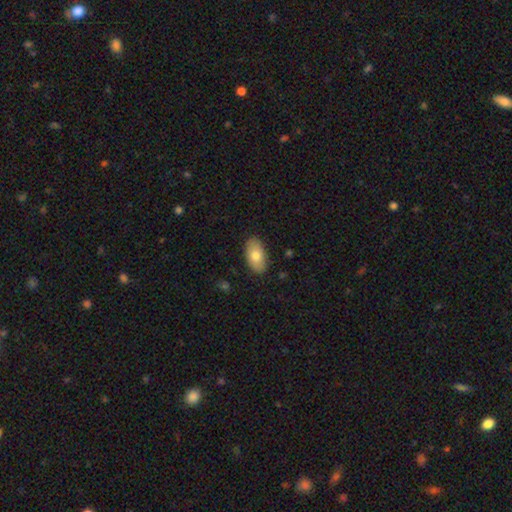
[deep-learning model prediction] smooth_or_featured: smooth (p=0.76) [alt: featured or disk p=0.17]
how_rounded: in between (p=0.94) [alt: round p=0.04]
merging: none (p=0.87) [alt: minor disturbance p=0.10]